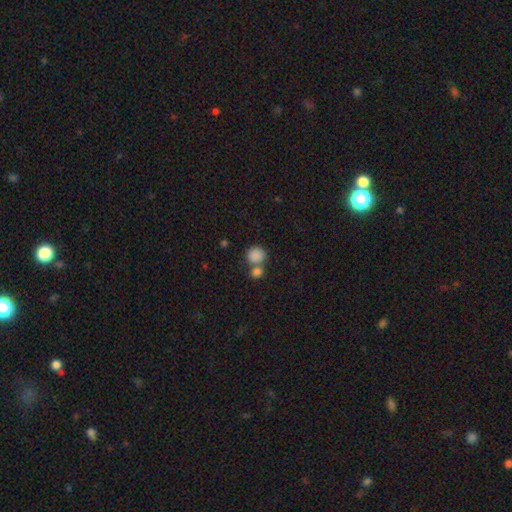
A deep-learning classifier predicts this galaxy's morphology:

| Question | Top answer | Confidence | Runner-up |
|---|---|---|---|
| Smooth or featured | smooth | 85% | star or artifact (9%) |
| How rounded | round | 83% | in between (16%) |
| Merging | none | 47% | merger (41%) |